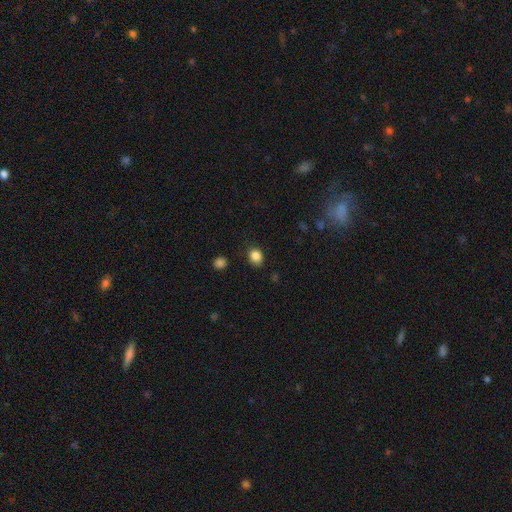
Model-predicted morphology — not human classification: Smooth or featured: smooth — 86% (star or artifact — 10%)
How rounded: round — 59% (in between — 40%)
Merging: none — 85% (minor disturbance — 11%)